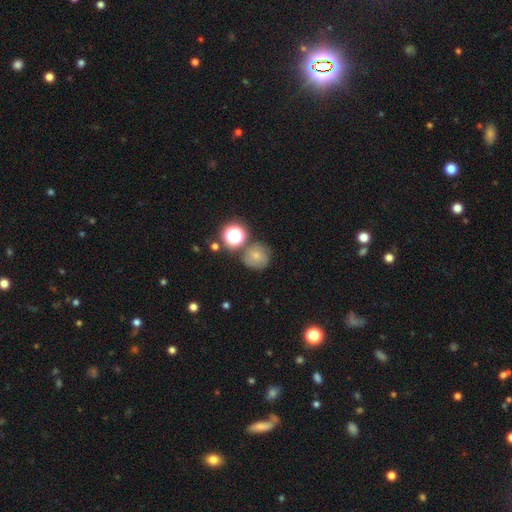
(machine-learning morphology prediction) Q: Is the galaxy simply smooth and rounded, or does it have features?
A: smooth — 61%.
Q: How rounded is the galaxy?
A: round — 89%.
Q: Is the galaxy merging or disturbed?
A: none — 66%.